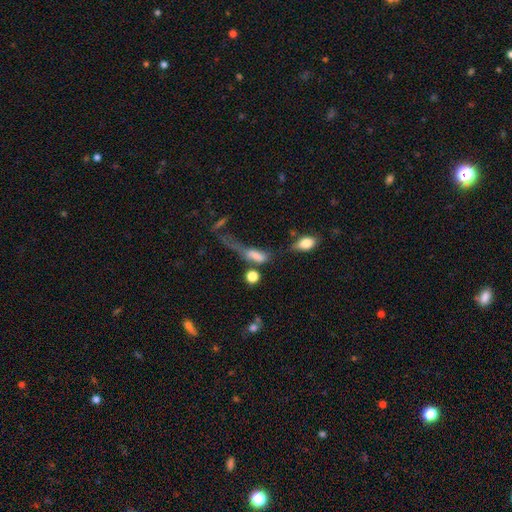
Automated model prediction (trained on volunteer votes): The model was most divided on "merging": major disturbance: 39%, merger: 24%, none: 21%, minor disturbance: 17%. More confident: smooth or featured — smooth (67%); how rounded — in between (58%).